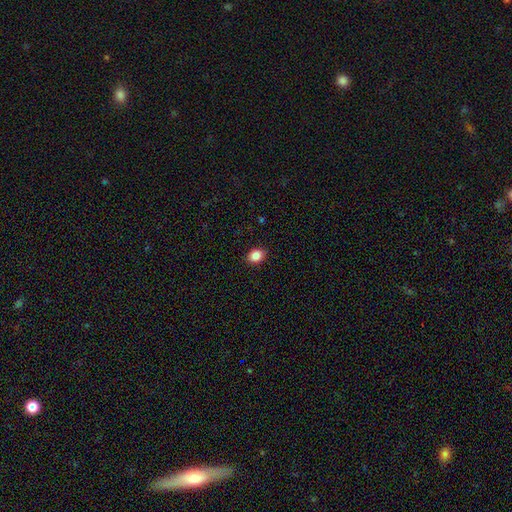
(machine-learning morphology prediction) Smooth or featured?
  - smooth: 86% *
  - star or artifact: 10%
  - featured or disk: 4%
How rounded?
  - in between: 56% *
  - round: 43%
  - cigar-shaped: 1%
Merging?
  - none: 89% *
  - minor disturbance: 8%
  - major disturbance: 2%
  - merger: 1%